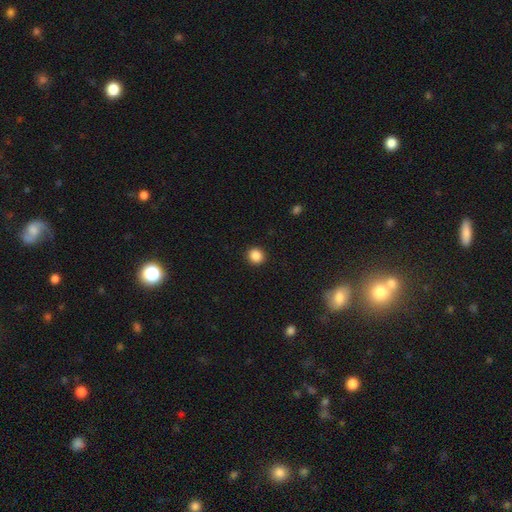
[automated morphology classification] The model was most divided on "smooth or featured": smooth: 87%, star or artifact: 10%, featured or disk: 3%. More confident: merging — none (93%); how rounded — round (90%).